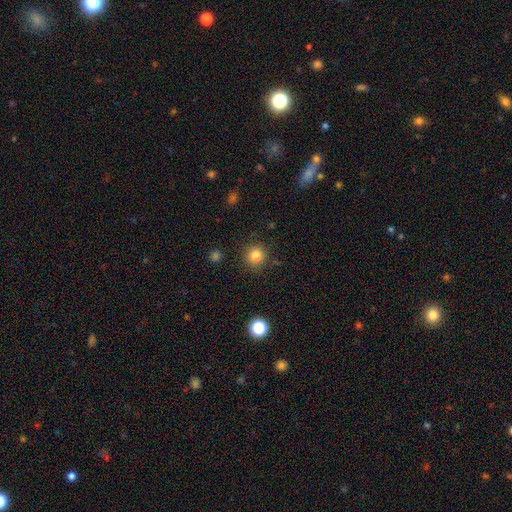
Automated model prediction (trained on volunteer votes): This is clearly a smooth galaxy (84%). How rounded: clearly round (90%). Merging: clearly none (86%).